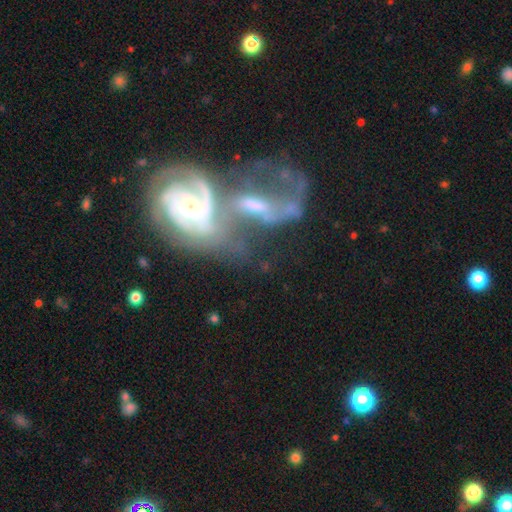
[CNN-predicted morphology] Smooth or featured?
  - featured or disk: 80% *
  - smooth: 11%
  - star or artifact: 9%
Edge-on disk?
  - no: 96% *
  - yes: 4%
Bar?
  - no: 45% *
  - weak: 36%
  - strong: 19%
Spiral arms?
  - yes: 89% *
  - no: 11%
Spiral winding?
  - tight: 45% *
  - medium: 39%
  - loose: 17%
Spiral arm count?
  - 2: 55% *
  - can't tell: 24%
  - 3: 7%
  - 1: 6%
  - 4: 4%
  - more than 4: 4%
Bulge size?
  - small: 52% *
  - moderate: 38%
  - none: 4%
  - large: 4%
  - dominant: 2%
Merging?
  - merger: 74% *
  - none: 13%
  - major disturbance: 7%
  - minor disturbance: 6%